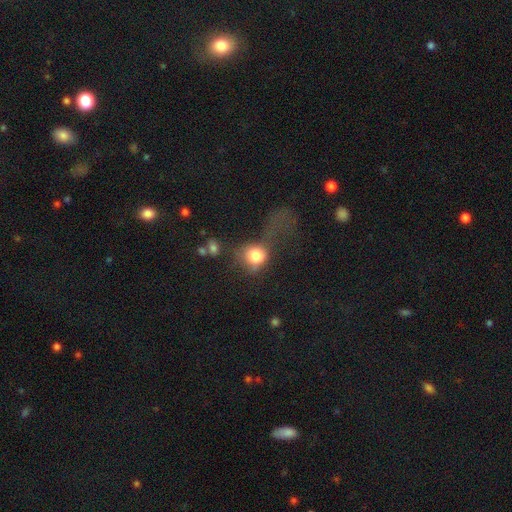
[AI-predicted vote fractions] smooth_or_featured: smooth (p=0.76) [alt: featured or disk p=0.14]
how_rounded: round (p=0.73) [alt: in between p=0.26]
merging: major disturbance (p=0.55) [alt: none p=0.20]